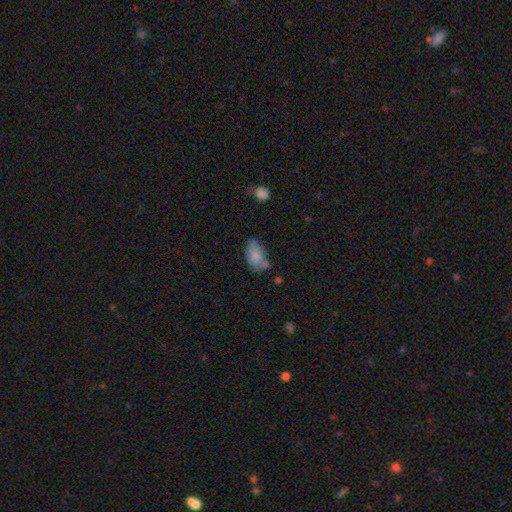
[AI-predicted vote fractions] Q: Smooth or featured?
A: smooth (75%); runner-up: featured or disk (16%)
Q: How rounded?
A: in between (89%); runner-up: round (8%)
Q: Merging?
A: none (43%); runner-up: minor disturbance (29%)